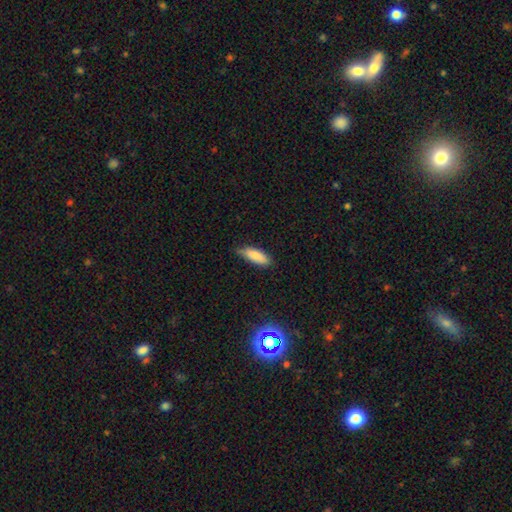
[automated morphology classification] Smooth or featured? smooth (85%)
How rounded? in between (67%)
Merging? none (68%)